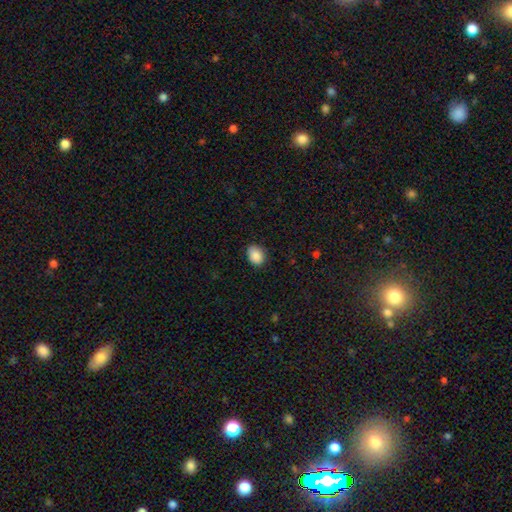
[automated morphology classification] Overall: smooth (89%). How rounded: in between (64%; round 35%). Merging: none (83%).